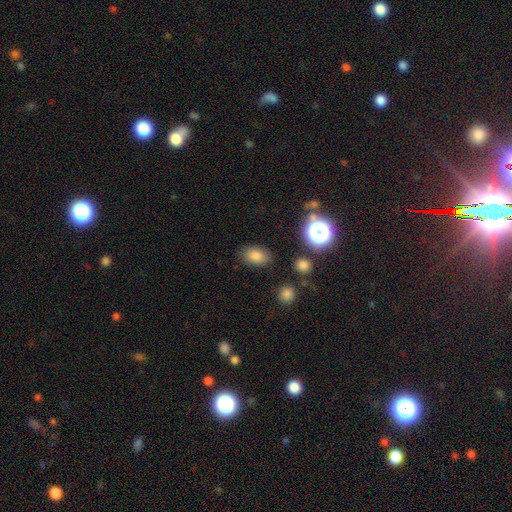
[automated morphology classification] This is likely a smooth galaxy (80%). How rounded: clearly in between (84%). Merging: clearly none (82%).